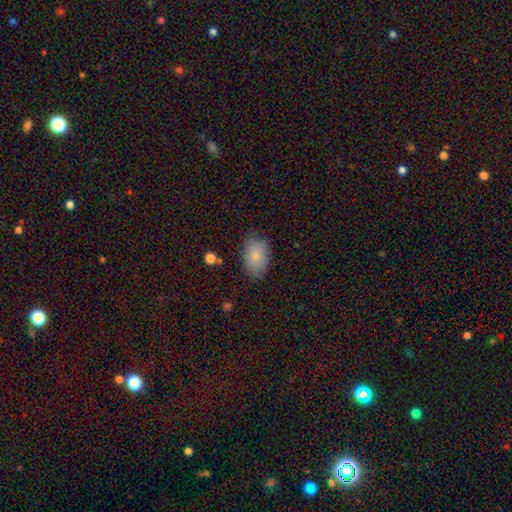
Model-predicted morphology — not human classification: This appears to be a smooth galaxy with no disk features (83%) that is in between round and cigar-shaped (90%). Merging: none (80%).